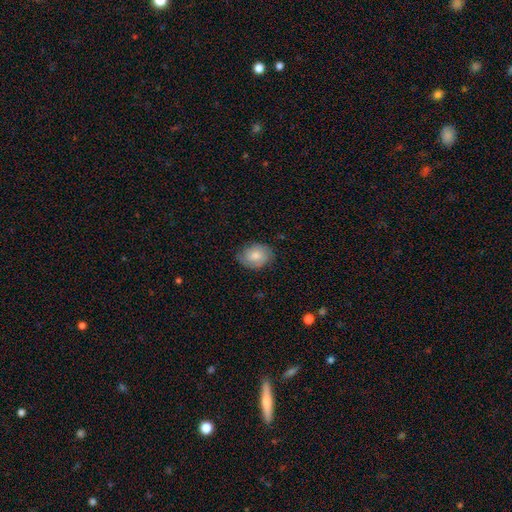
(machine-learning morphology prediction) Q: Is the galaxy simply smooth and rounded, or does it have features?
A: smooth — 56%.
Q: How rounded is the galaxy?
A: in between — 59%.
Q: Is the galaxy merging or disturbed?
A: none — 76%.